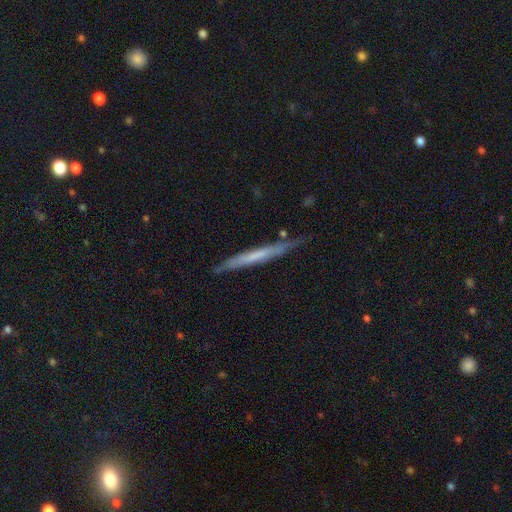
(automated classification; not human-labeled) smooth_or_featured: featured or disk (p=0.51) [alt: smooth p=0.43]
disk_edge_on: yes (p=0.93) [alt: no p=0.07]
merging: none (p=0.77) [alt: minor disturbance p=0.18]